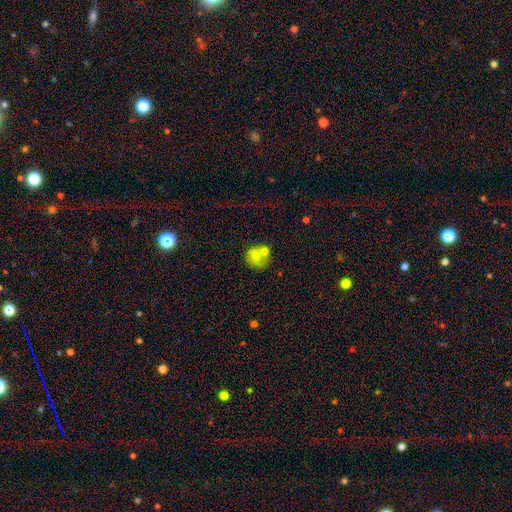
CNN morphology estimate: This appears to be a smooth galaxy with no disk features (71%) that is round (79%). Merging: none (45%).